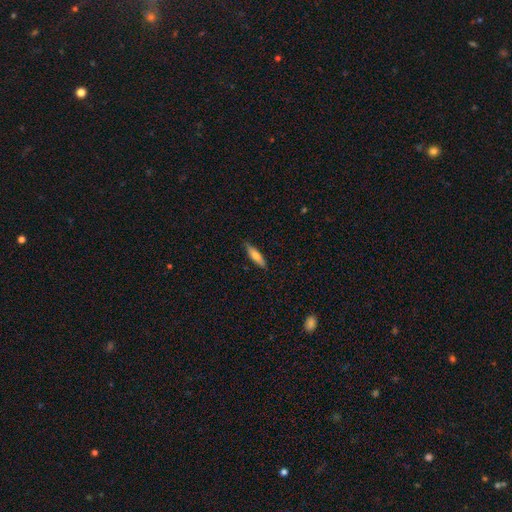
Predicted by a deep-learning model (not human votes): A smooth galaxy with no disk features (69%) that is cigar-shaped (69%).

Vote fractions:
- Smooth or featured? smooth: 69% / featured or disk: 25% / star or artifact: 6%
- How rounded? cigar-shaped: 69% / in between: 29% / round: 2%
- Merging? none: 86% / minor disturbance: 11% / major disturbance: 2% / merger: 1%